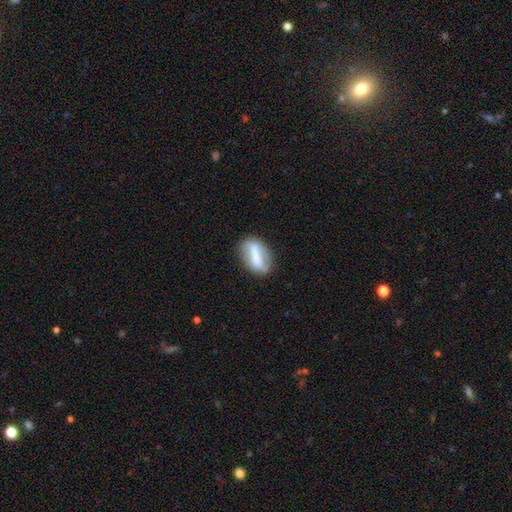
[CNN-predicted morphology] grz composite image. It shows a smooth galaxy with no disk features (46%, tied with featured or disk). Merging: none (78%).